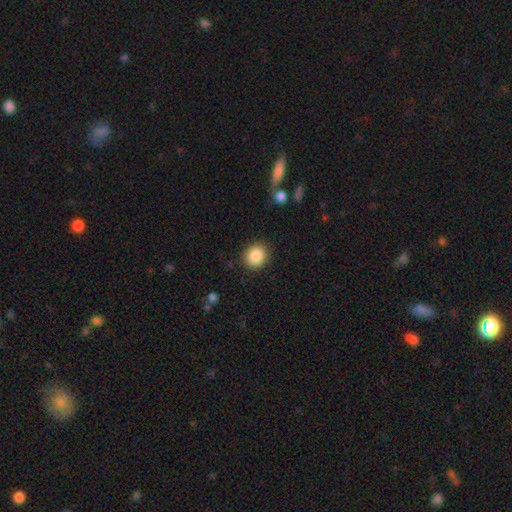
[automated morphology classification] This appears to be a smooth galaxy with no disk features (87%) that is round (81%). Merging: none (89%).